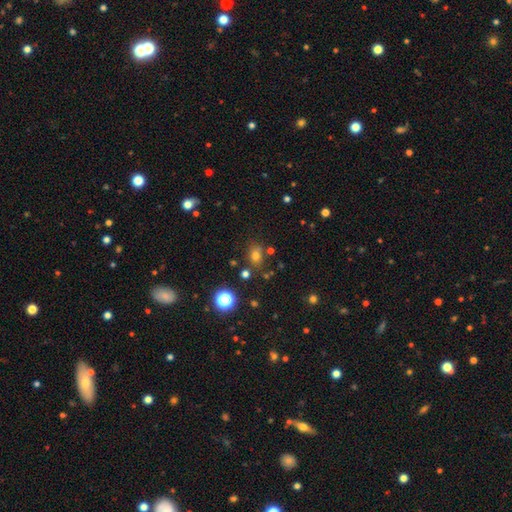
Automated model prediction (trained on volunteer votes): smooth_or_featured: smooth (p=0.69) [alt: star or artifact p=0.22]
how_rounded: in between (p=0.51) [alt: round p=0.48]
merging: none (p=0.74) [alt: minor disturbance p=0.14]